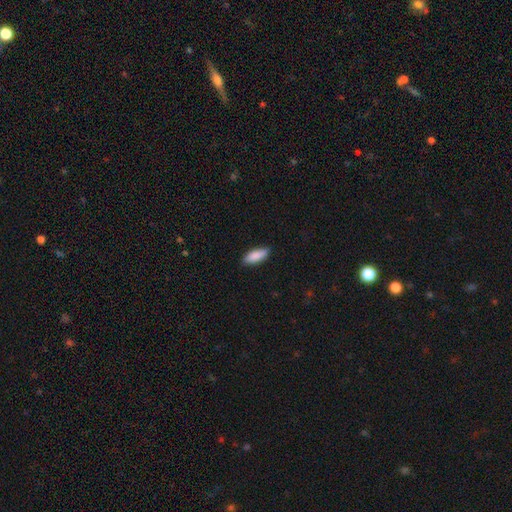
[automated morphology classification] Overall: smooth (89%). How rounded: in between (70%). Merging: none (87%).